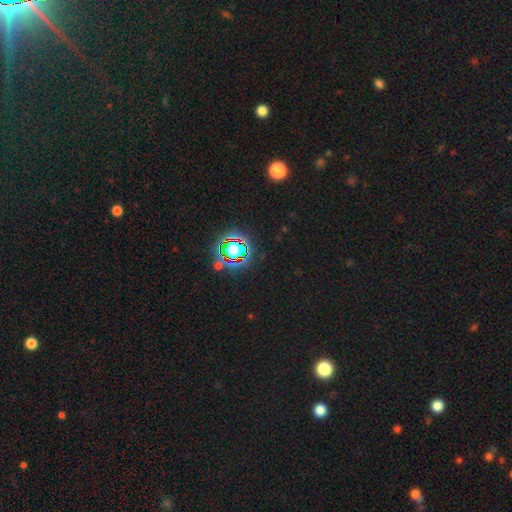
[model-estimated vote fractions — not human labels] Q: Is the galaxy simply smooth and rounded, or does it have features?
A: star or artifact — 78%.